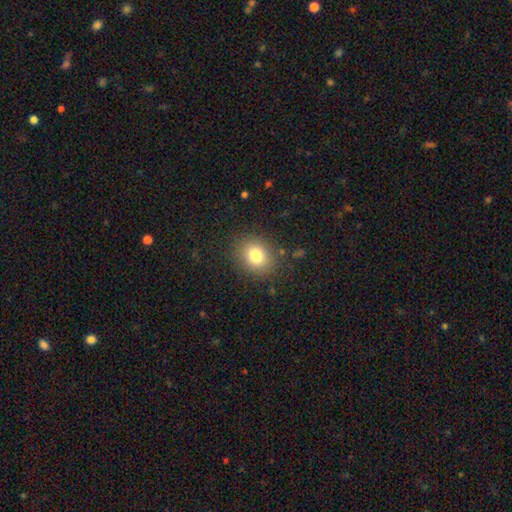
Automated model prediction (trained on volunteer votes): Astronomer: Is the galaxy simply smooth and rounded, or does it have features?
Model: smooth — 79%.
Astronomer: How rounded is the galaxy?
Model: round — 68%.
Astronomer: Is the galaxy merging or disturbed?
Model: none — 85%.